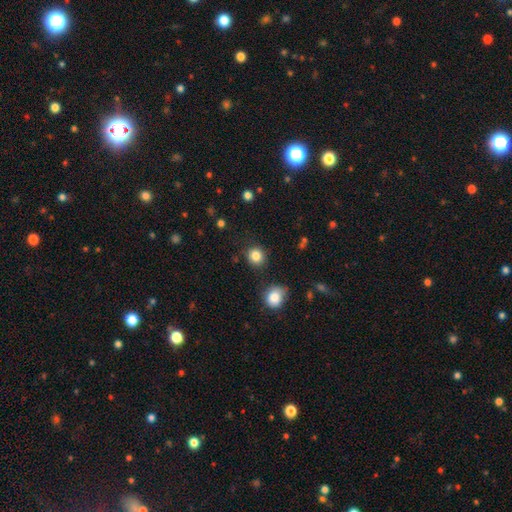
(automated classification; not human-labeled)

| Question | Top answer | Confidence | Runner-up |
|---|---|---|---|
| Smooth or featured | smooth | 84% | star or artifact (11%) |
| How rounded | round | 89% | in between (10%) |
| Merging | none | 86% | minor disturbance (8%) |